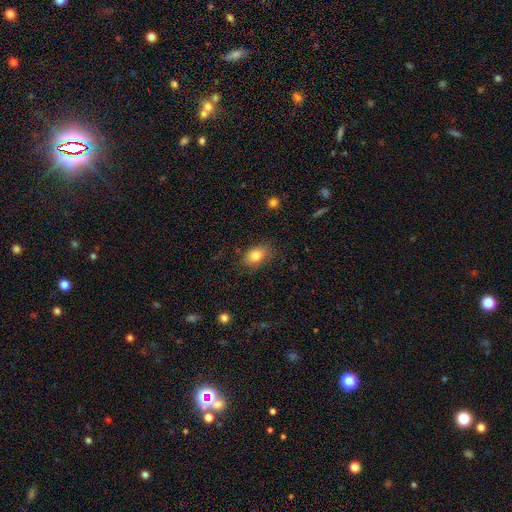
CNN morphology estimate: Smooth or featured: smooth — 81% (featured or disk — 10%)
How rounded: in between — 80% (round — 18%)
Merging: none — 77% (minor disturbance — 17%)